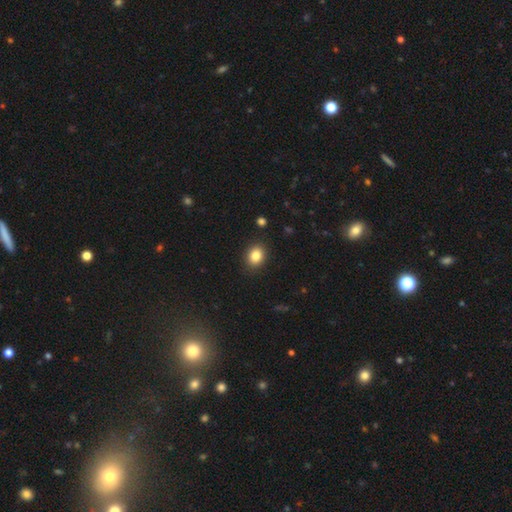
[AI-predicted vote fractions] Smooth or featured?
  - smooth: 84% *
  - star or artifact: 10%
  - featured or disk: 6%
How rounded?
  - round: 54% *
  - in between: 46%
  - cigar-shaped: 1%
Merging?
  - none: 89% *
  - minor disturbance: 8%
  - major disturbance: 2%
  - merger: 1%